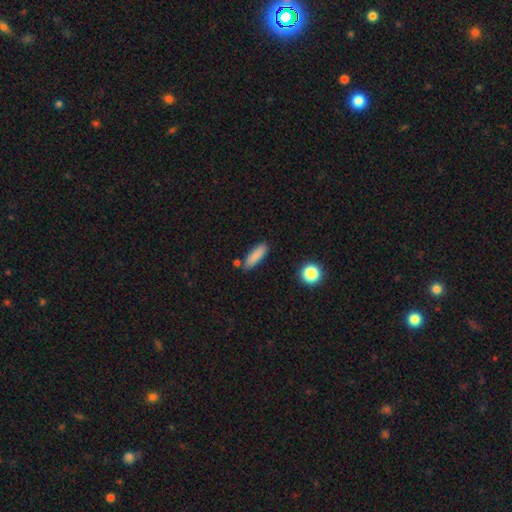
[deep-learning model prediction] A smooth galaxy with no disk features (85%) that is cigar-shaped (59%). Merging: none (80%).